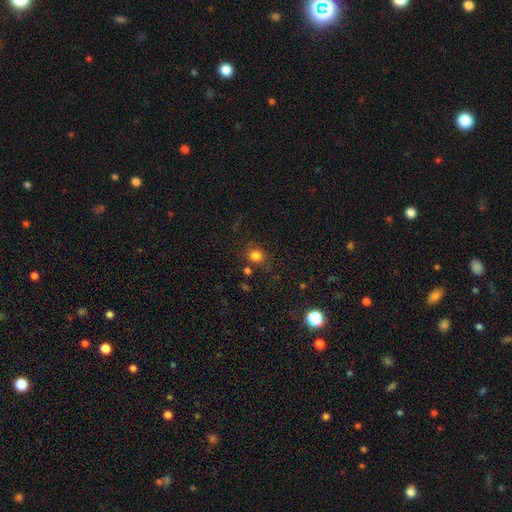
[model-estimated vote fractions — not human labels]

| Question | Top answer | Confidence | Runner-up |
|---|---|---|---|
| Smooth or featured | smooth | 80% | star or artifact (14%) |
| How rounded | round | 81% | in between (18%) |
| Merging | none | 76% | minor disturbance (13%) |